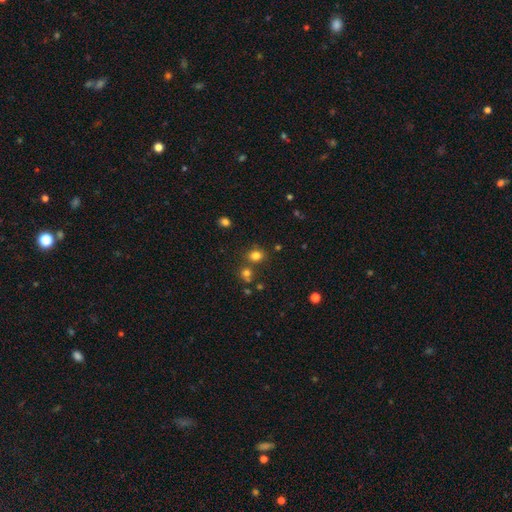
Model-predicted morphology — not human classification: smooth_or_featured: smooth (p=0.77) [alt: star or artifact p=0.17]
how_rounded: round (p=0.71) [alt: in between p=0.28]
merging: none (p=0.73) [alt: merger p=0.14]